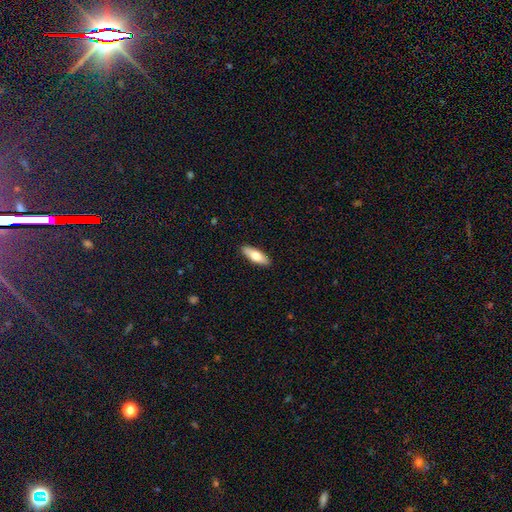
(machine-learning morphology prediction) Q: Smooth or featured?
A: smooth (71%); runner-up: featured or disk (24%)
Q: How rounded?
A: in between (61%); runner-up: cigar-shaped (37%)
Q: Merging?
A: none (90%); runner-up: minor disturbance (7%)